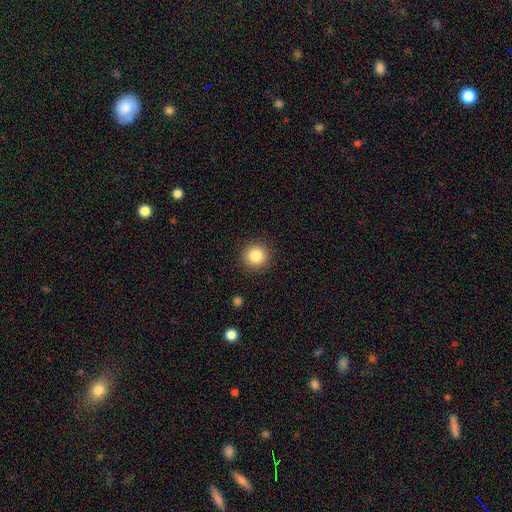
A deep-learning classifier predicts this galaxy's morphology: smooth-or-featured: smooth: 85% | star or artifact: 10% | featured or disk: 5%
  how-rounded: round: 94% | in between: 5% | cigar-shaped: 1%
  merging: none: 91% | minor disturbance: 6% | major disturbance: 2% | merger: 1%